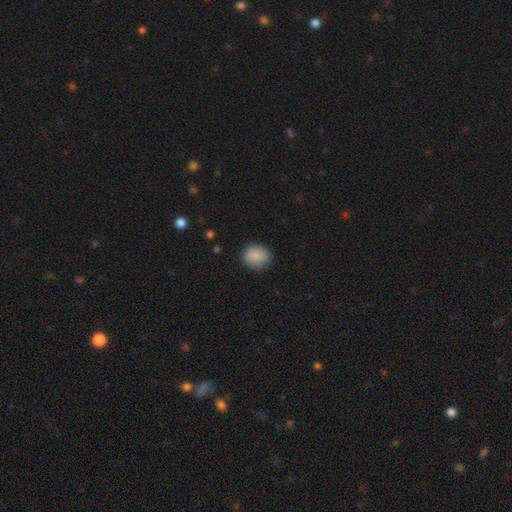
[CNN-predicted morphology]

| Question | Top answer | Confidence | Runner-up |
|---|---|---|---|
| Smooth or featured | smooth | 88% | star or artifact (8%) |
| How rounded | round | 75% | in between (24%) |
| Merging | none | 86% | minor disturbance (10%) |